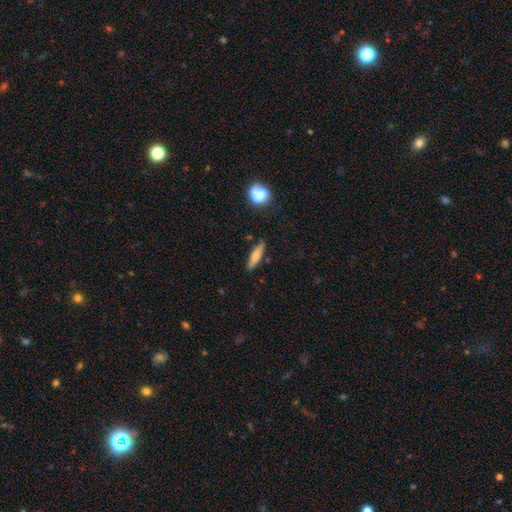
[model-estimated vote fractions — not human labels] Smooth or featured?
  - smooth: 65% *
  - featured or disk: 28%
  - star or artifact: 7%
How rounded?
  - cigar-shaped: 75% *
  - in between: 22%
  - round: 2%
Merging?
  - none: 84% *
  - minor disturbance: 11%
  - merger: 3%
  - major disturbance: 2%